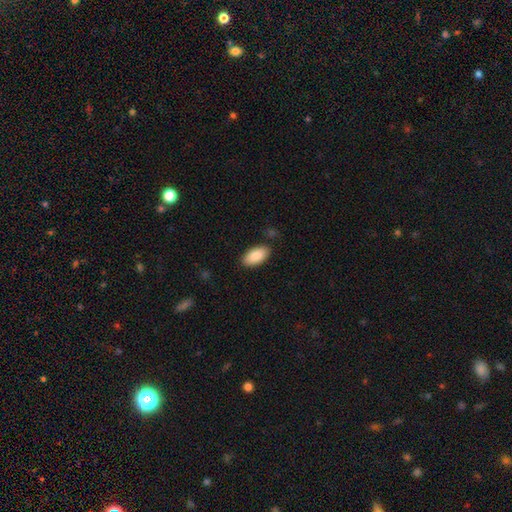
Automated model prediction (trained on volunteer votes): This appears to be a smooth galaxy with no disk features (89%) that is in between round and cigar-shaped (95%). Merging: none (85%).